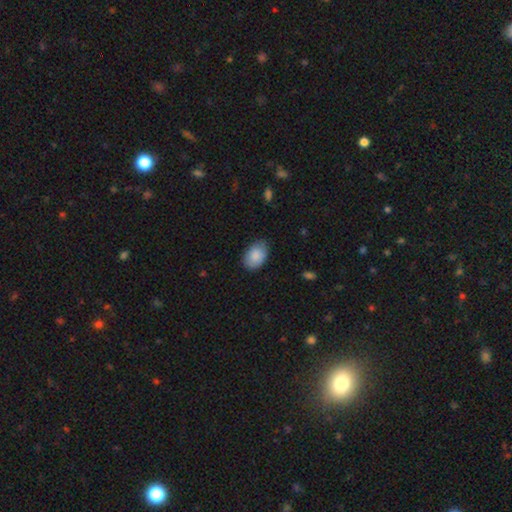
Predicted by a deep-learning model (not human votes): Smooth or featured? Predicted: smooth (p=0.88). How rounded? Predicted: in between (p=0.88). Merging? Predicted: none (p=0.80).